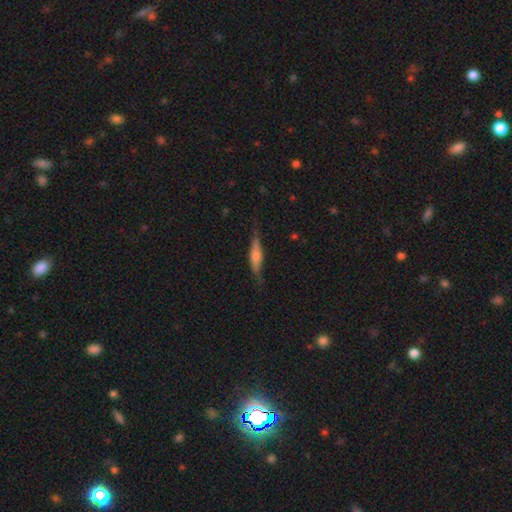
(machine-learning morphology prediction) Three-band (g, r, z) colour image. It shows a featured or disk galaxy (55%) viewed edge-on (90%). Merging: none (76%).